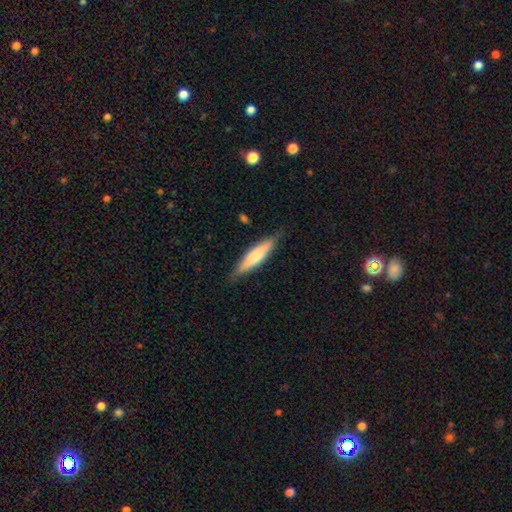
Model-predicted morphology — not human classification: Q: Smooth or featured?
A: smooth (67%); runner-up: featured or disk (28%)
Q: How rounded?
A: cigar-shaped (74%); runner-up: in between (25%)
Q: Merging?
A: none (83%); runner-up: minor disturbance (14%)